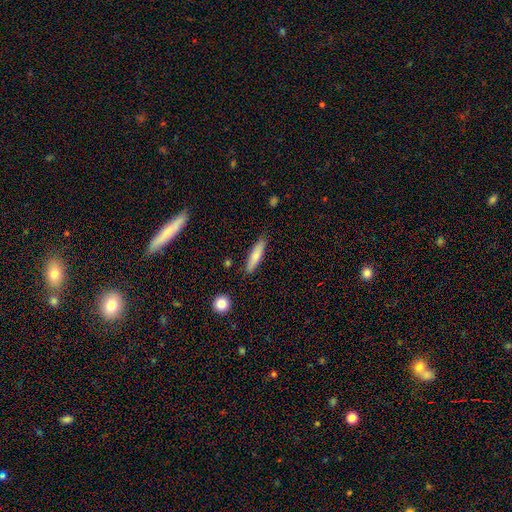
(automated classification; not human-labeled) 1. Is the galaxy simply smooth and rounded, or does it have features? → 76% smooth, 18% featured or disk, 6% star or artifact.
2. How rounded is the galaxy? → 77% cigar-shaped, 21% in between, 2% round.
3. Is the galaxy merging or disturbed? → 84% none, 12% minor disturbance, 2% major disturbance, 2% merger.